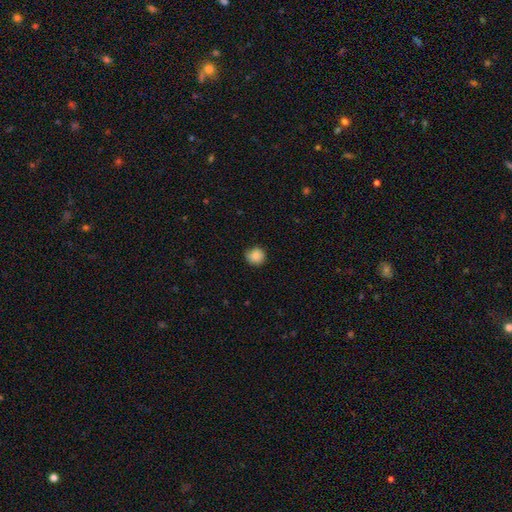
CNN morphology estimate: This appears to be a smooth galaxy with no disk features (85%) that is round (90%). Merging: none (73%).